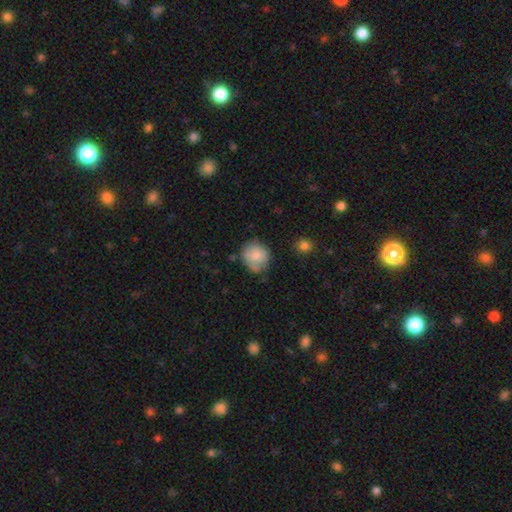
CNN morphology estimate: This appears to be a smooth galaxy with no disk features (78%) that is round (83%). Merging: none (60%).